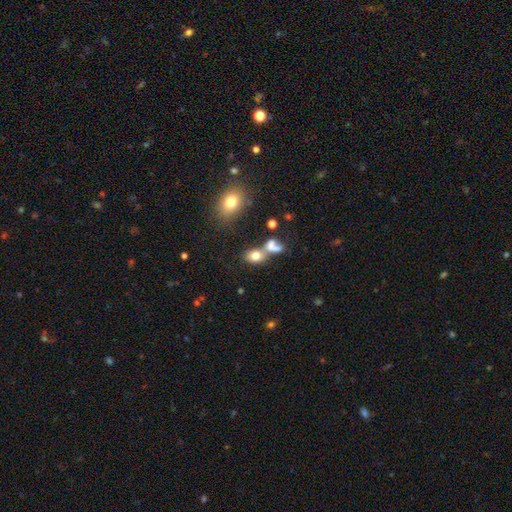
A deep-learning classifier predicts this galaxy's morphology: Smooth or featured: smooth — 74% (featured or disk — 13%)
How rounded: in between — 66% (round — 31%)
Merging: merger — 44% (none — 37%)